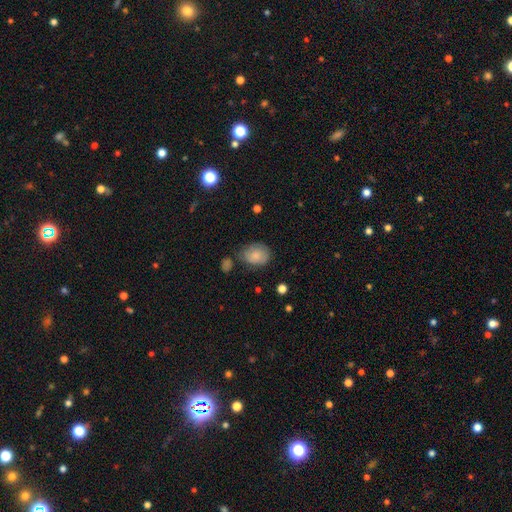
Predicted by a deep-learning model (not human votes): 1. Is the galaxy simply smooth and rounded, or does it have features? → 79% smooth, 14% featured or disk, 8% star or artifact.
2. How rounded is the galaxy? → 64% in between, 35% round, 1% cigar-shaped.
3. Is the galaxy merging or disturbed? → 60% none, 26% minor disturbance, 8% major disturbance, 6% merger.